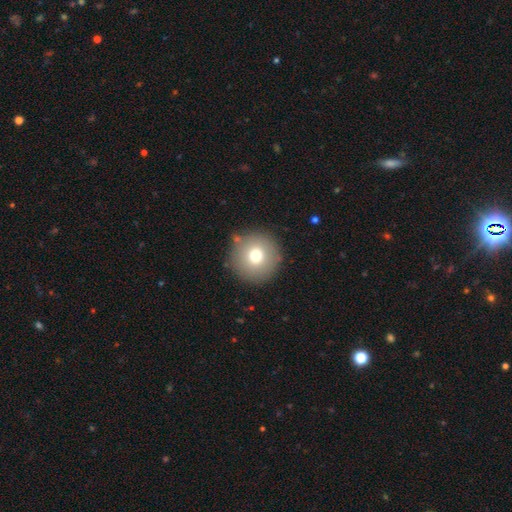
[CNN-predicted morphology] Smooth or featured? smooth (73%)
How rounded? round (96%)
Merging? none (87%)